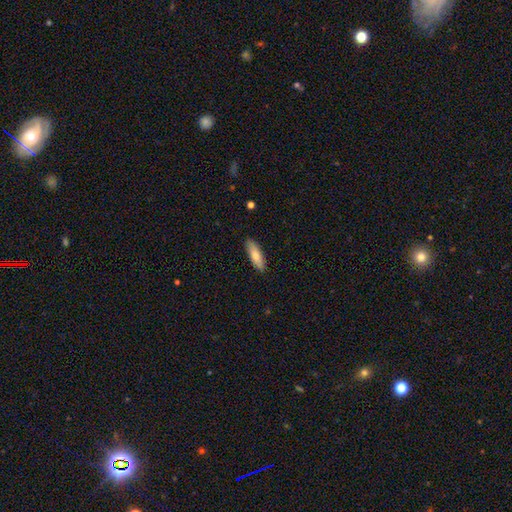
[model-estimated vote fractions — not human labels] This is likely a smooth galaxy (79%). How rounded: possibly in between (54%). Merging: clearly none (88%).